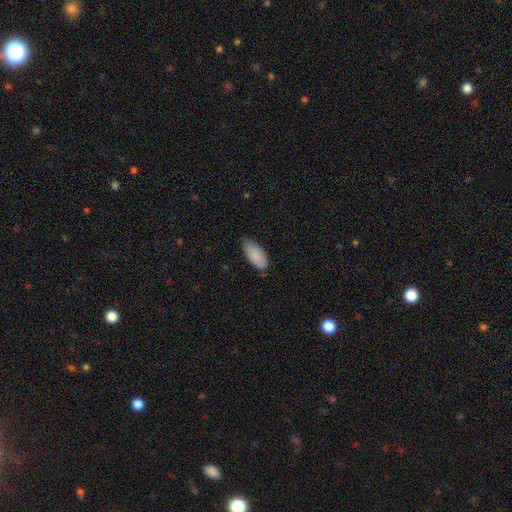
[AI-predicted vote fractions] Overall: smooth (88%). How rounded: in between (92%). Merging: none (69%).